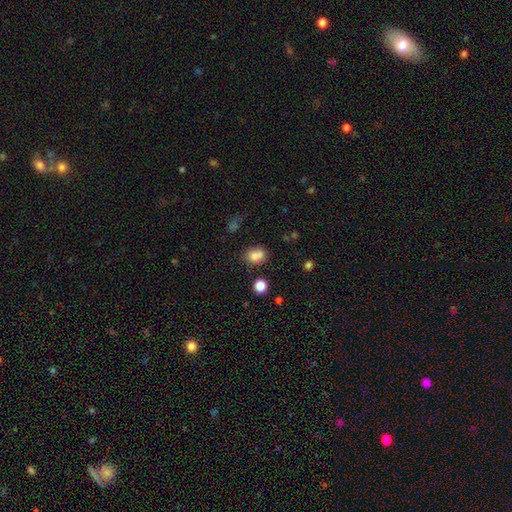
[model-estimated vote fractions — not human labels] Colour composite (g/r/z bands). It shows a smooth galaxy with no disk features (75%) that is round (56%). Merging: none (46%).